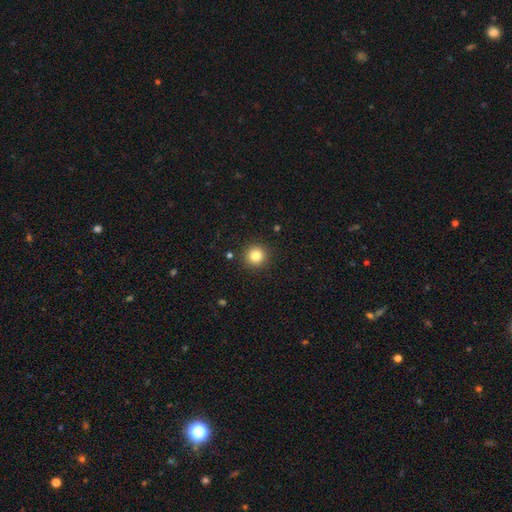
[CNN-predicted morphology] This appears to be a smooth galaxy with no disk features (82%) that is round (95%). Merging: none (91%).